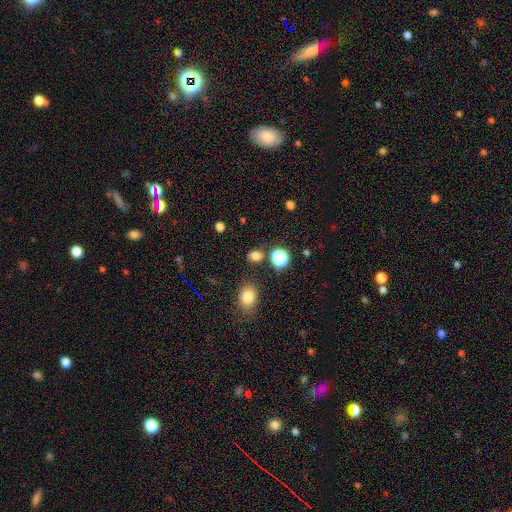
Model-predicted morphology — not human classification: Smooth or featured?
  - smooth: 74% *
  - star or artifact: 20%
  - featured or disk: 6%
How rounded?
  - round: 54% *
  - in between: 44%
  - cigar-shaped: 2%
Merging?
  - none: 78% *
  - minor disturbance: 12%
  - merger: 6%
  - major disturbance: 4%